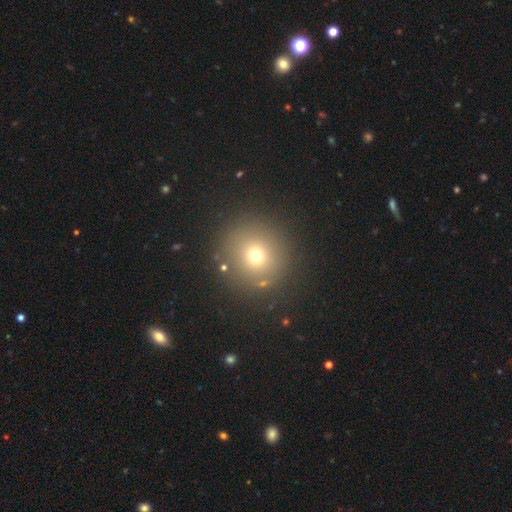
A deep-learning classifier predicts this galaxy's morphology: Smooth or featured: smooth — 69% (star or artifact — 20%)
How rounded: round — 92% (in between — 7%)
Merging: none — 86% (minor disturbance — 7%)